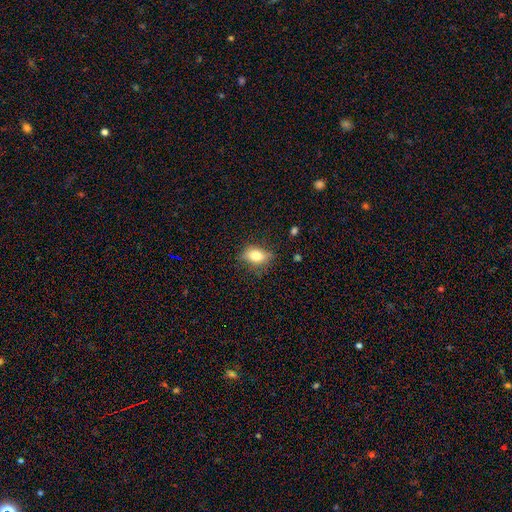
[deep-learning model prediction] Overall: smooth (76%). How rounded: in between (80%). Merging: none (70%).